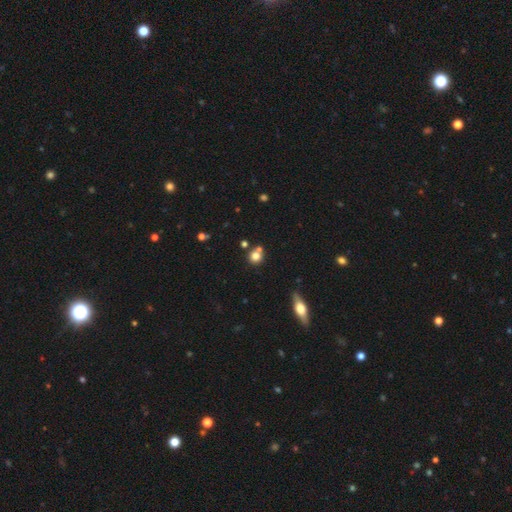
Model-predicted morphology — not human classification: This is likely a smooth galaxy (78%). How rounded: clearly round (89%). Merging: likely none (61%).